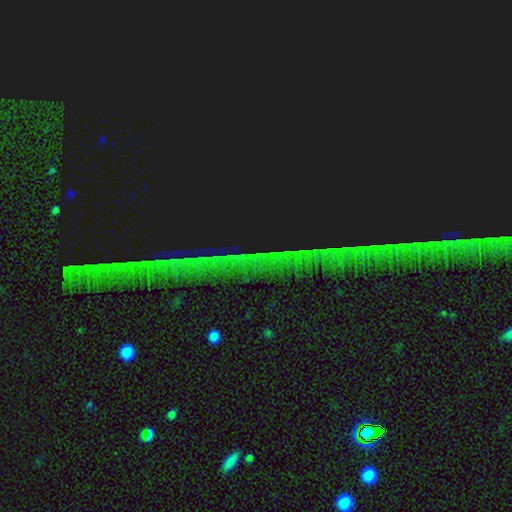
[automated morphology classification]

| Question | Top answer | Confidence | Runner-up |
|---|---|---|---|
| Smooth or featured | star or artifact | 84% | smooth (8%) |